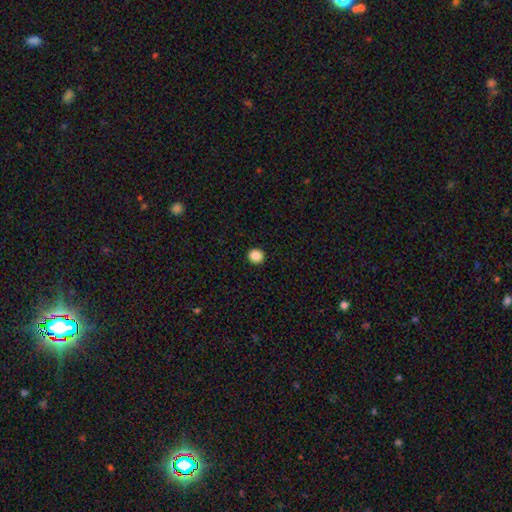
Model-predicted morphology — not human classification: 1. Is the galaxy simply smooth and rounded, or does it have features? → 87% smooth, 10% star or artifact, 3% featured or disk.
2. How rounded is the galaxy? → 91% round, 8% in between, 1% cigar-shaped.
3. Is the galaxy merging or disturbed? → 93% none, 4% minor disturbance, 1% major disturbance, 1% merger.